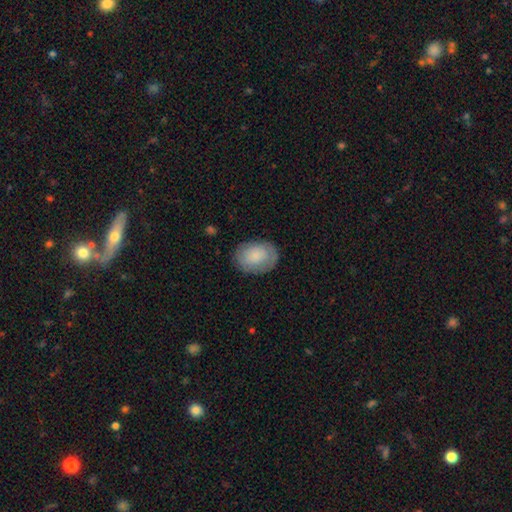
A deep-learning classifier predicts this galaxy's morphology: smooth-or-featured: smooth: 75% | featured or disk: 18% | star or artifact: 7%
  how-rounded: in between: 75% | round: 24% | cigar-shaped: 1%
  merging: none: 80% | minor disturbance: 15% | major disturbance: 4% | merger: 1%